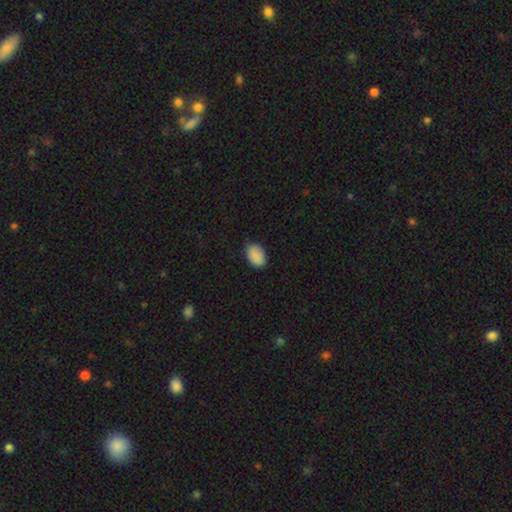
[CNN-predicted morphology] smooth 89%, star or artifact 8%, featured or disk 3%. Down the decision tree: how rounded — in between (87%); merging — none (82%).